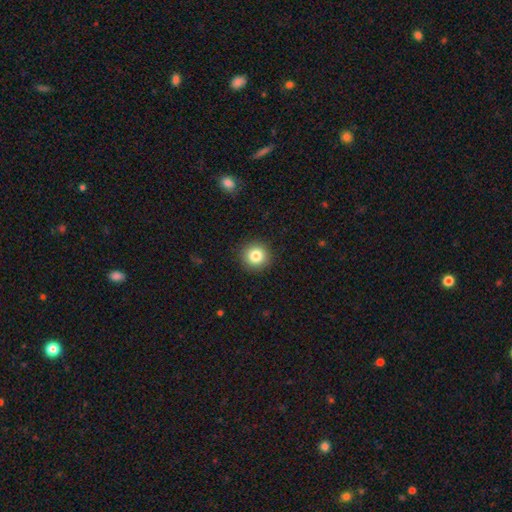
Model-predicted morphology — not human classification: A smooth galaxy with no disk features (82%) that is round (95%). Merging: none (92%).